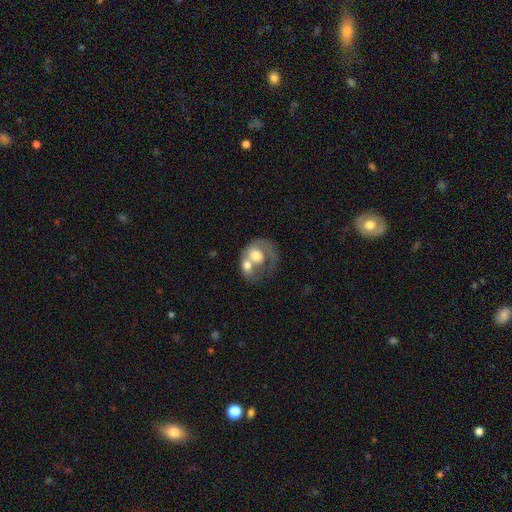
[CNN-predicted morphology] Overall: featured or disk (52%; smooth 42%). Edge-on disk: no (97%). Bar: no (79%). Spiral arms: no (56%; yes 44%). Bulge size: moderate (55%; large 28%). Merging: merger (66%).